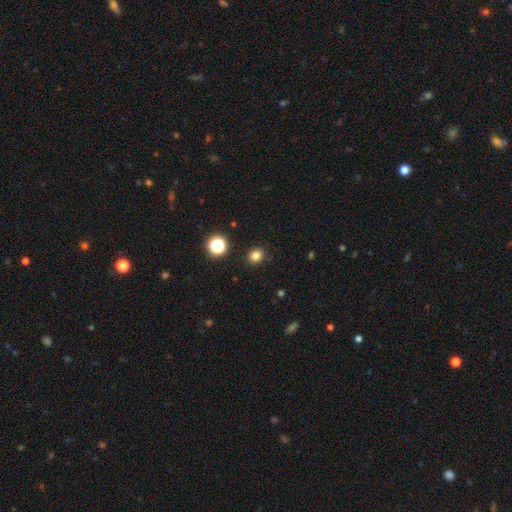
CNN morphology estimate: Overall: smooth (81%). How rounded: round (86%). Merging: none (90%).